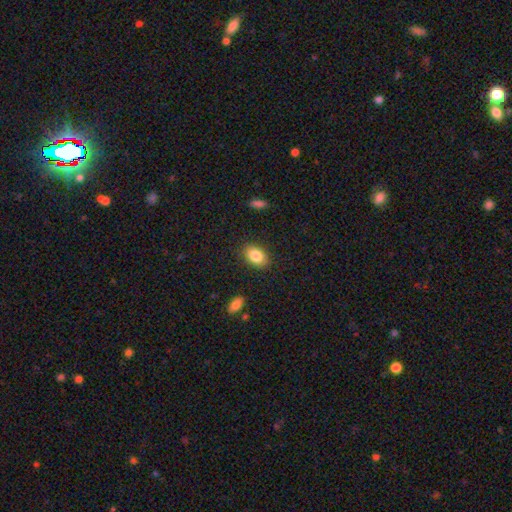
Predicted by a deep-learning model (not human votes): Smooth or featured: smooth — 83% (featured or disk — 9%)
How rounded: in between — 84% (round — 14%)
Merging: none — 87% (minor disturbance — 10%)